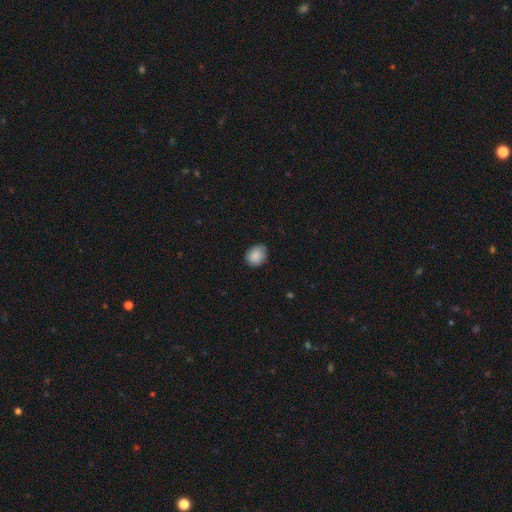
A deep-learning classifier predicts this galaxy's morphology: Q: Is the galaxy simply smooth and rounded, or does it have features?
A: smooth — 87%.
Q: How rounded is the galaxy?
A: round — 53%.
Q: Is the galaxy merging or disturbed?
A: none — 77%.